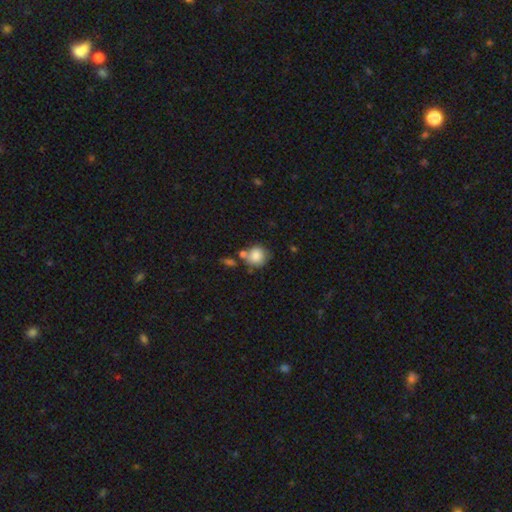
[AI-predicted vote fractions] Smooth or featured? smooth (83%)
How rounded? round (87%)
Merging? none (60%)